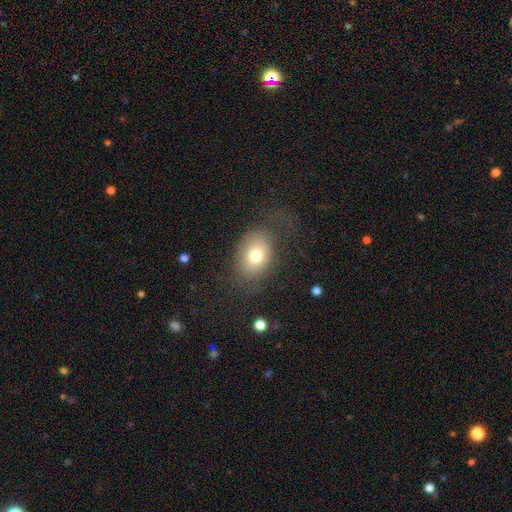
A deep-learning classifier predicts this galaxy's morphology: Smooth or featured: smooth — 75% (featured or disk — 16%)
How rounded: in between — 71% (round — 28%)
Merging: none — 55% (major disturbance — 22%)